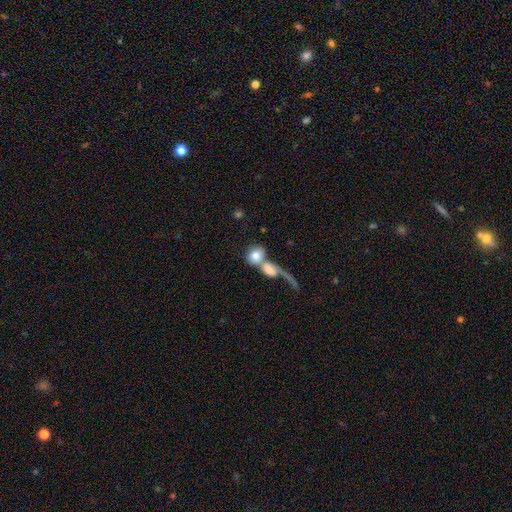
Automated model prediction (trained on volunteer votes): Smooth or featured? Predicted: smooth (p=0.72). How rounded? Predicted: round (p=0.63). Merging? Predicted: merger (p=0.64).